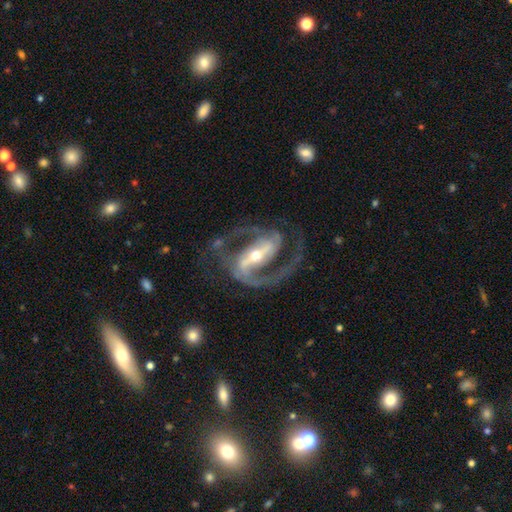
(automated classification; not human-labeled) featured or disk 93%, star or artifact 4%, smooth 3%. Down the decision tree: edge-on disk — no (97%); bar — strong (68%); spiral arms — yes (98%); spiral arm count — 2 (91%); spiral winding — medium (62%); bulge size — moderate (52%); merging — none (72%).